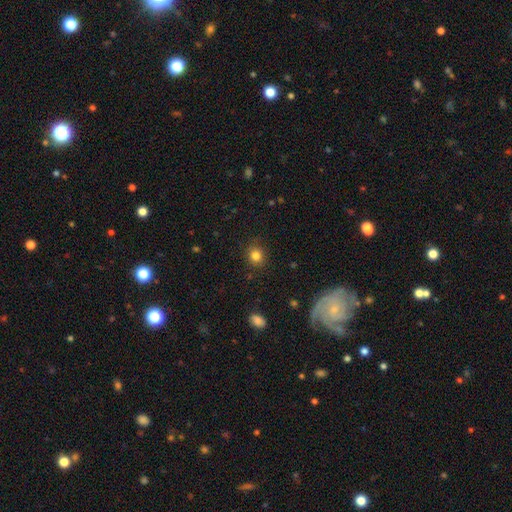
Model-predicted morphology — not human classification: Smooth or featured? smooth (83%)
How rounded? round (83%)
Merging? none (89%)